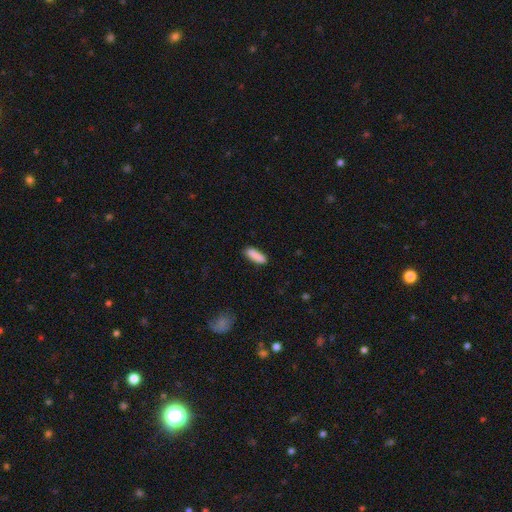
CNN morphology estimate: A smooth galaxy with no disk features (89%) that is in between round and cigar-shaped (50%). Merging: none (85%).